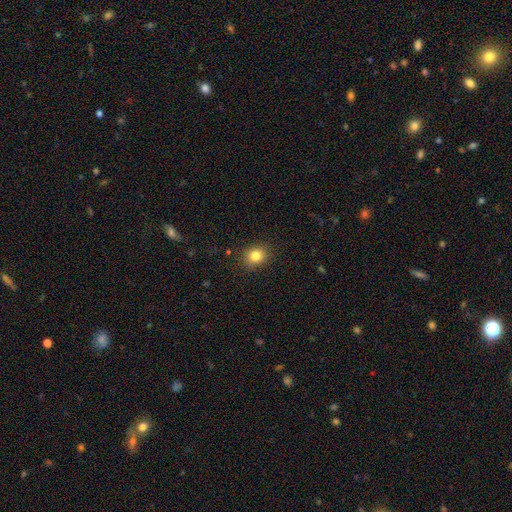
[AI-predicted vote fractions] smooth 82%, star or artifact 11%, featured or disk 7%. Down the decision tree: how rounded — round (66%); merging — none (86%).